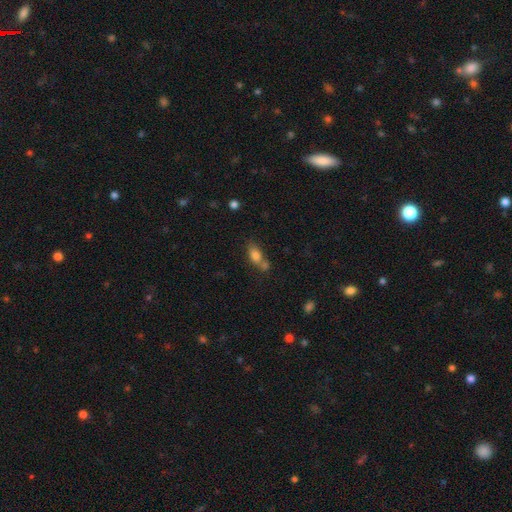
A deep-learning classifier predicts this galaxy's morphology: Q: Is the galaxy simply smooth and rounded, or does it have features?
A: smooth — 77%.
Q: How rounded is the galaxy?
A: in between — 82%.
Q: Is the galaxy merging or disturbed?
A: none — 41%.